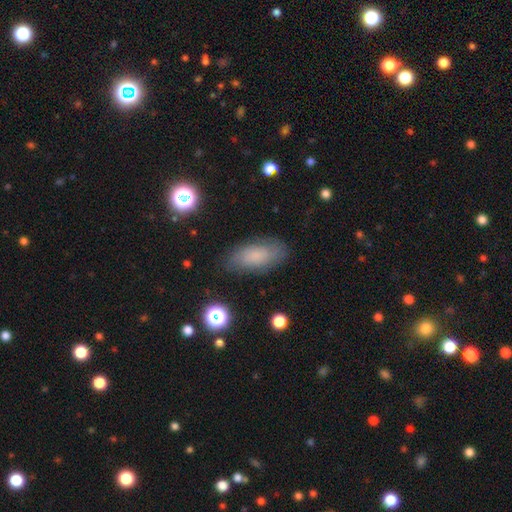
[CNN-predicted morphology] type=smooth (72%); roundness=in between (86%); merging=none (80%).